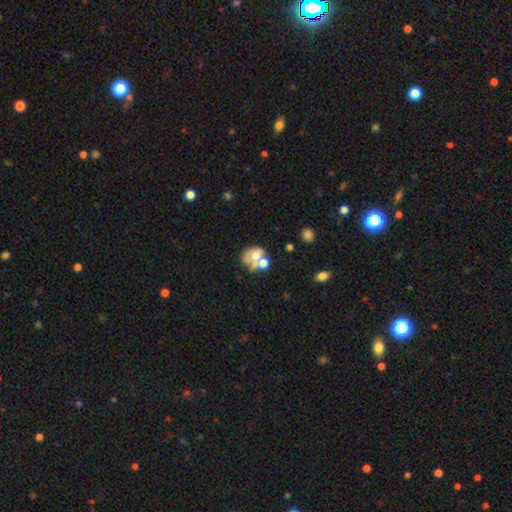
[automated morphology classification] Q: Smooth or featured?
A: smooth (54%); runner-up: featured or disk (34%)
Q: How rounded?
A: in between (54%); runner-up: round (45%)
Q: Merging?
A: merger (52%); runner-up: none (27%)